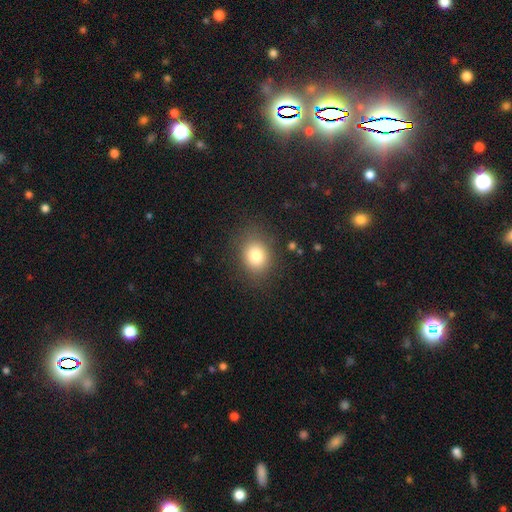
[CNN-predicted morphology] Overall: smooth (80%). How rounded: round (58%; in between 41%). Merging: none (83%).